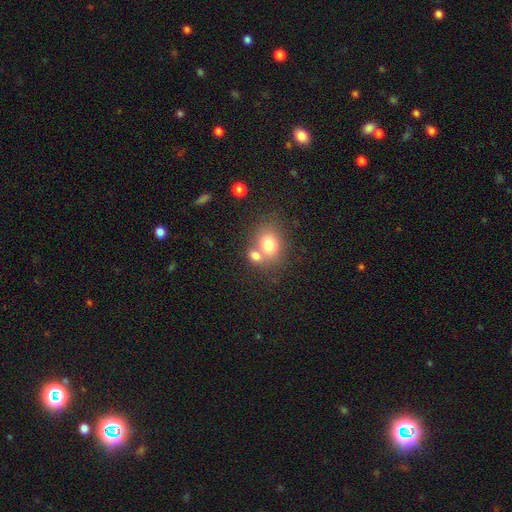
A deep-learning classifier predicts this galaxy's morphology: Smooth or featured?
  - smooth: 76% *
  - featured or disk: 13%
  - star or artifact: 11%
How rounded?
  - in between: 50% *
  - round: 49%
  - cigar-shaped: 1%
Merging?
  - merger: 48% *
  - none: 39%
  - minor disturbance: 9%
  - major disturbance: 4%